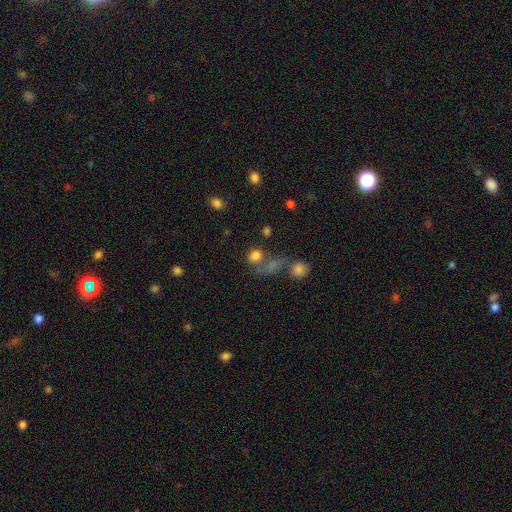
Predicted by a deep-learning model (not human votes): Smooth or featured? smooth (76%)
How rounded? round (69%)
Merging? none (48%)